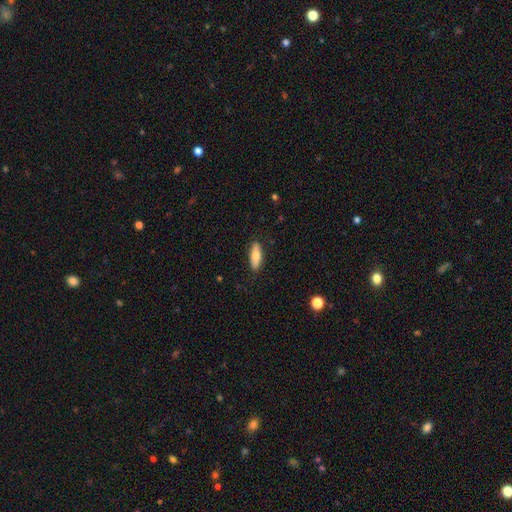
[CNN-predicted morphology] This appears to be a smooth galaxy with no disk features (75%) that is in between round and cigar-shaped (61%). Merging: none (87%).